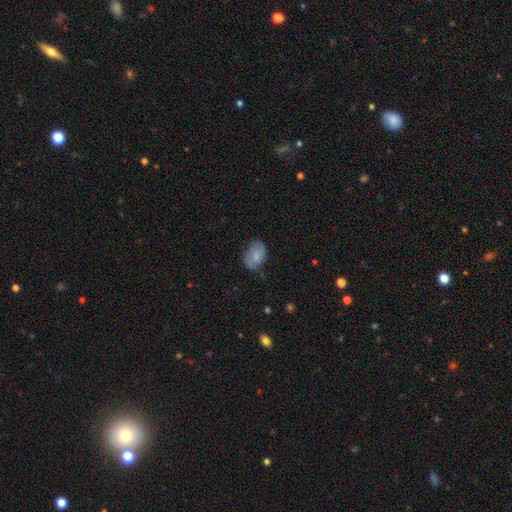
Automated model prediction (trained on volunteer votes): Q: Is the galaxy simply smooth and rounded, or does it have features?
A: smooth — 74%.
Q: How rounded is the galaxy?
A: in between — 85%.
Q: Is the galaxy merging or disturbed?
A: none — 70%.